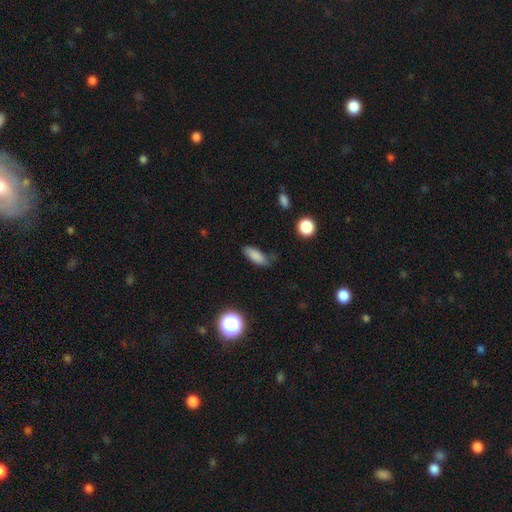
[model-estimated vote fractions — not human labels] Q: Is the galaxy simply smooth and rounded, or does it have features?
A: smooth — 83%.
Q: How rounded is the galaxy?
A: in between — 72%.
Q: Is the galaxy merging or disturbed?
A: none — 69%.